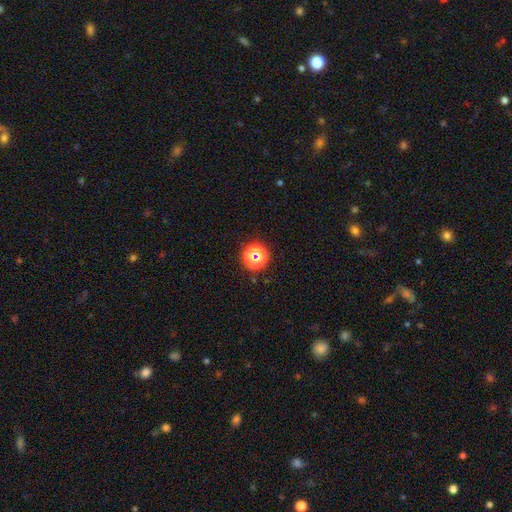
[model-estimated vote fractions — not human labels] Smooth or featured: star or artifact — 46% (smooth — 45%)